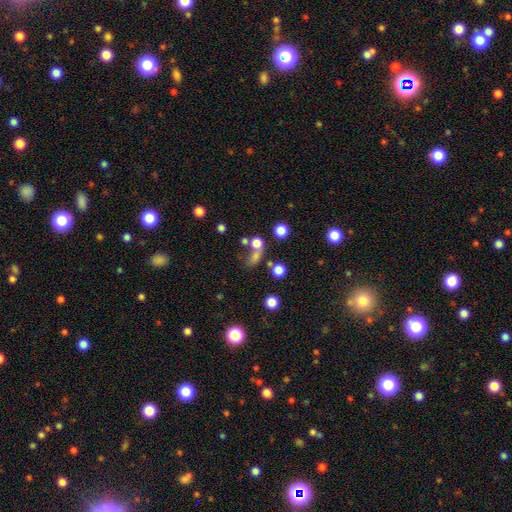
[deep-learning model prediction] A smooth galaxy with no disk features (60%) that is round (58%).

Vote fractions:
- Smooth or featured? smooth: 60% / star or artifact: 24% / featured or disk: 15%
- How rounded? round: 58% / in between: 38% / cigar-shaped: 4%
- Merging? none: 40% / merger: 32% / major disturbance: 16% / minor disturbance: 12%